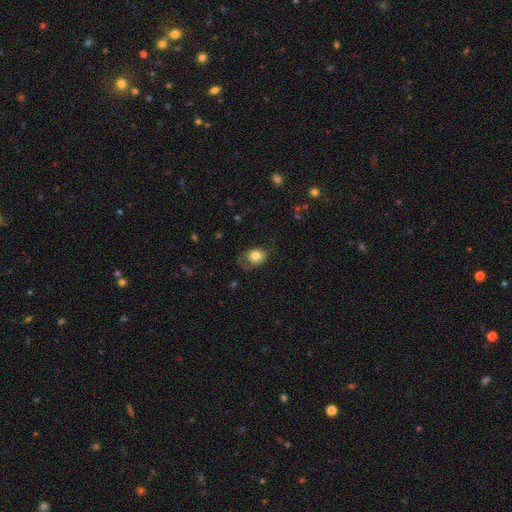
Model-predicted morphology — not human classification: This appears to be a smooth galaxy with no disk features (77%) that is round (50%). Merging: none (48%).